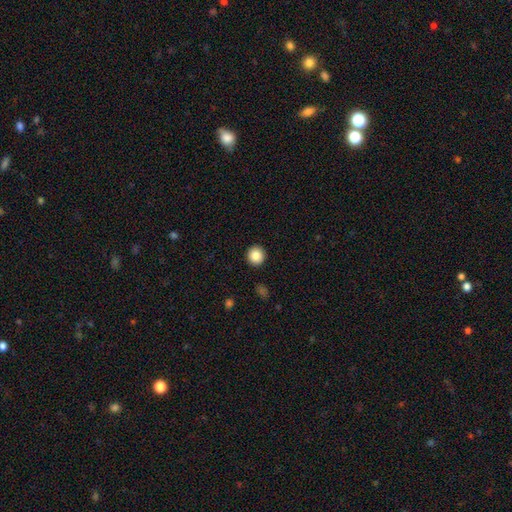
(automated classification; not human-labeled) smooth-or-featured: smooth: 87% | star or artifact: 9% | featured or disk: 4%
  how-rounded: round: 93% | in between: 6% | cigar-shaped: 1%
  merging: none: 93% | minor disturbance: 4% | major disturbance: 2% | merger: 1%